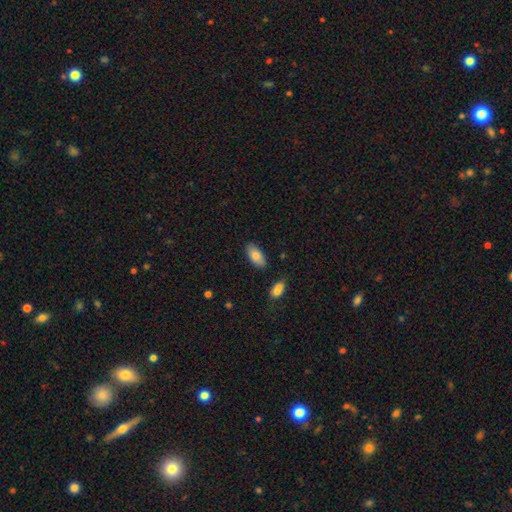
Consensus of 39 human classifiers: Smooth or featured?
  - smooth: 87% *
  - star or artifact: 10%
  - featured or disk: 3%
How rounded?
  - in between: 88% *
  - round: 6%
  - cigar-shaped: 6%
Merging?
  - none: 77% *
  - minor disturbance: 14%
  - major disturbance: 6%
  - merger: 3%